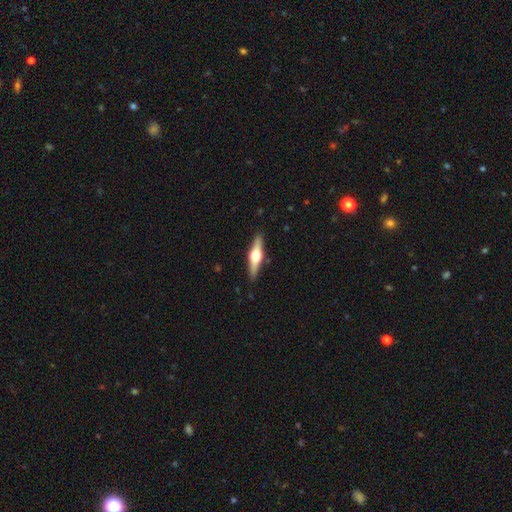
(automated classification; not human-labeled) smooth-or-featured: featured or disk: 63% | smooth: 32% | star or artifact: 5%
  disk-edge-on: yes: 96% | no: 4%
    edge-on-bulge: rounded: 95% | boxy: 3% | none: 2%
  merging: none: 89% | minor disturbance: 8% | major disturbance: 2% | merger: 1%